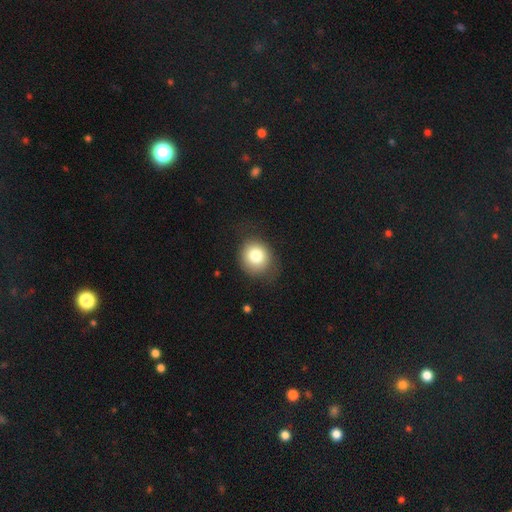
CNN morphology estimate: A smooth galaxy with no disk features (79%) that is round (79%). Merging: none (74%).